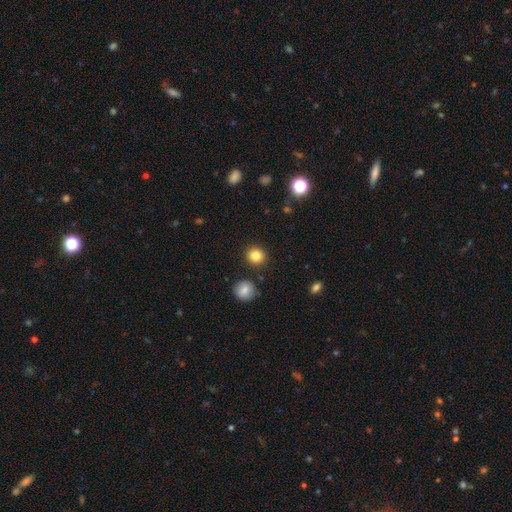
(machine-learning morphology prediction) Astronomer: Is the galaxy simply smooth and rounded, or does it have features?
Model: smooth — 84%.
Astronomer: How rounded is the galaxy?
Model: round — 89%.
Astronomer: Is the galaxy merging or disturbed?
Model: none — 89%.